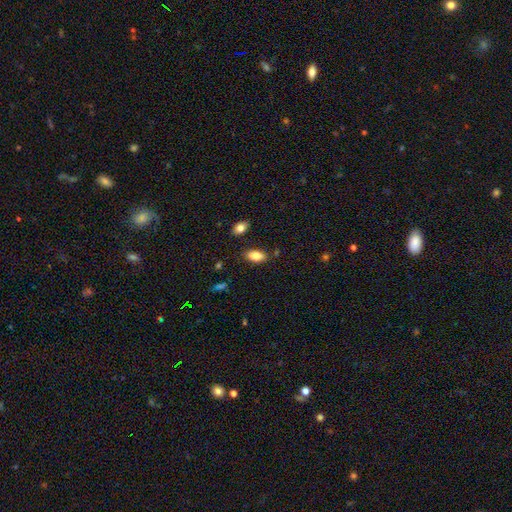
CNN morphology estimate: Smooth or featured? Predicted: smooth (p=0.85). How rounded? Predicted: in between (p=0.92). Merging? Predicted: none (p=0.82).